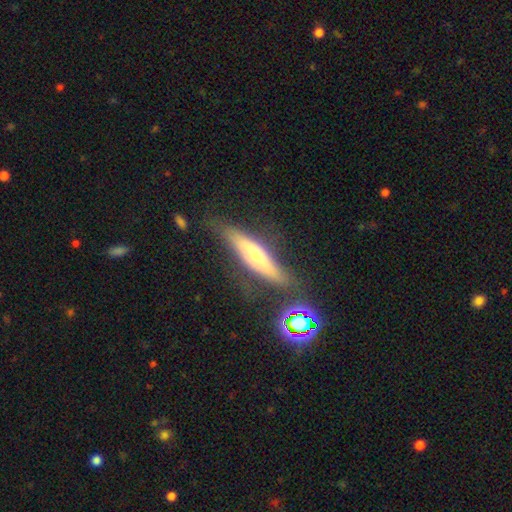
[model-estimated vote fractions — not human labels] Smooth or featured: smooth — 48% (featured or disk — 43%)
Merging: none — 71% (minor disturbance — 18%)